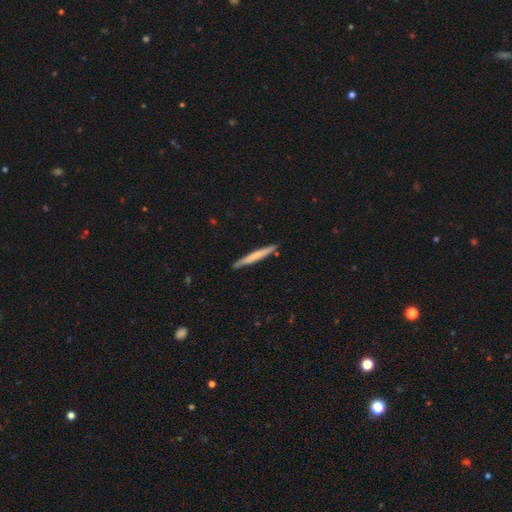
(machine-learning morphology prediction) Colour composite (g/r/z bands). It shows a smooth galaxy with no disk features (62%) that is cigar-shaped (97%). Merging: none (88%).